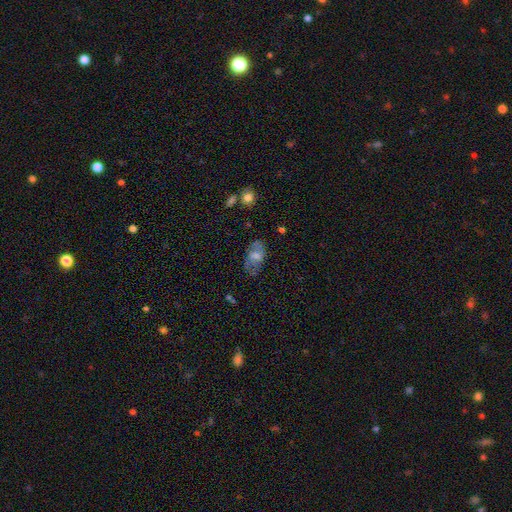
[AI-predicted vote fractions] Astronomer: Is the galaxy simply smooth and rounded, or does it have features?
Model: featured or disk — 55% (runner-up: smooth, 32%).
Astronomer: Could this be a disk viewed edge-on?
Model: no — 94%.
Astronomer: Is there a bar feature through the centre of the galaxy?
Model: no — 53% (runner-up: weak, 39%).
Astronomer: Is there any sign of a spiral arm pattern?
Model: yes — 71%.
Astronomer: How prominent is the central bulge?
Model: moderate — 51% (runner-up: small, 29%).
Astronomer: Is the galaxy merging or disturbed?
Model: none — 70%.